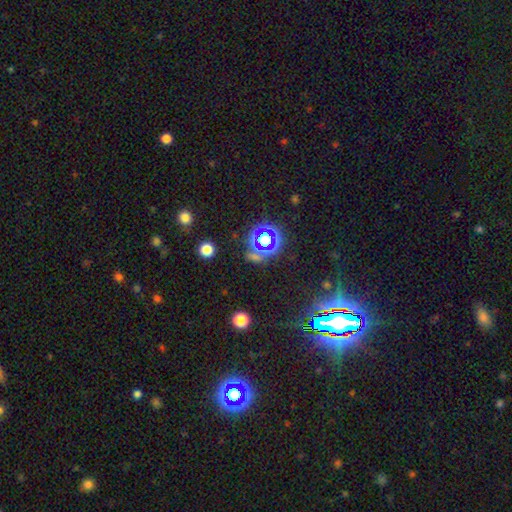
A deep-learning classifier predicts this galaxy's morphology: Smooth or featured? star or artifact (73%)